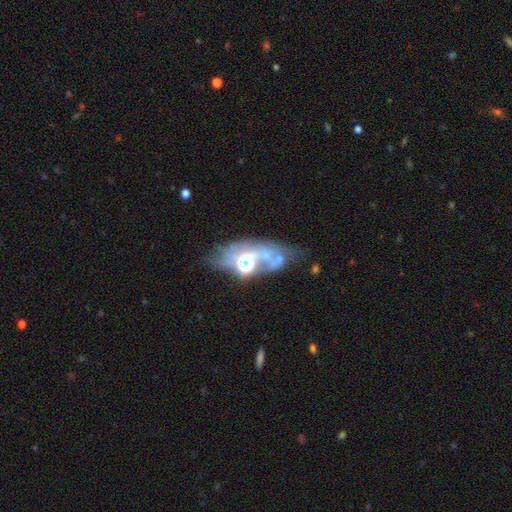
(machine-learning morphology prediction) Smooth or featured? Predicted: featured or disk (p=0.60). Edge-on disk? Predicted: no (p=0.80). Merging? Predicted: none (p=0.41).